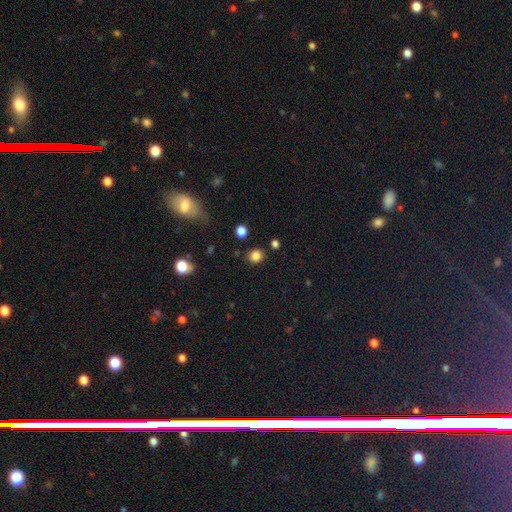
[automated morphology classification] Overall: smooth (83%). How rounded: round (82%). Merging: none (86%).